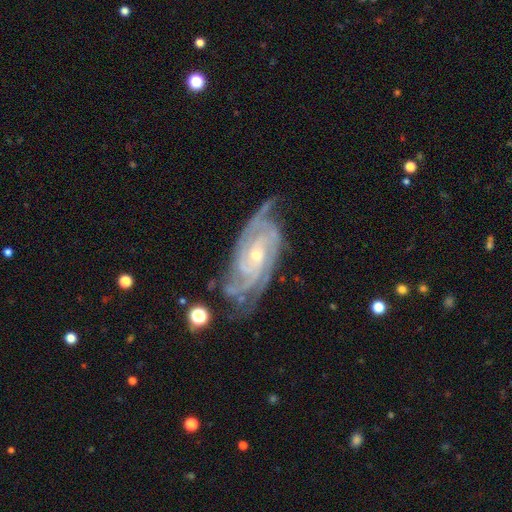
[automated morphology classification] Smooth or featured: featured or disk — 92% (star or artifact — 5%)
Edge-on disk: no — 96% (yes — 4%)
Bar: no — 60% (weak — 29%)
Spiral arms: yes — 98% (no — 2%)
Spiral winding: tight — 69% (medium — 27%)
Spiral arm count: 4 — 29% (3 — 26%)
Bulge size: small — 69% (moderate — 28%)
Merging: none — 67% (minor disturbance — 23%)